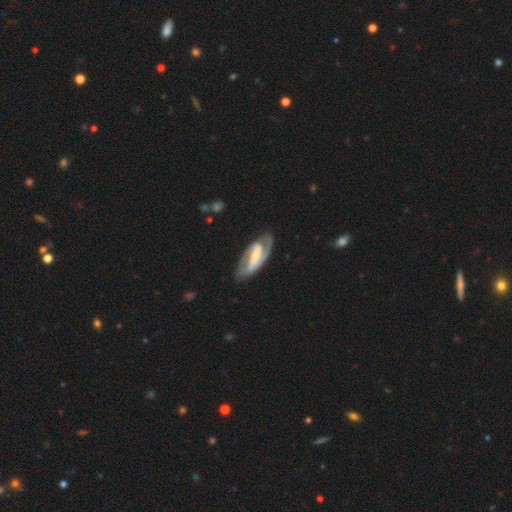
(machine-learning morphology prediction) type=featured or disk (87%); edge-on=no (95%); bar=strong (45%); spiral arms=yes (95%); winding=medium (51%); arm count=2 (88%); bulge=moderate (49%); merging=none (76%).